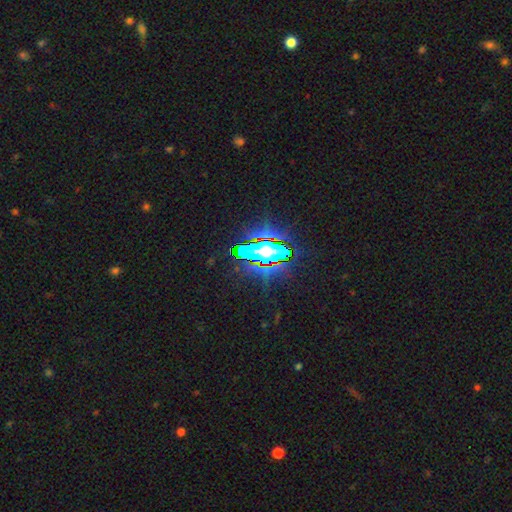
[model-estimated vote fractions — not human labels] Smooth or featured?
  - star or artifact: 77% *
  - smooth: 12%
  - featured or disk: 11%